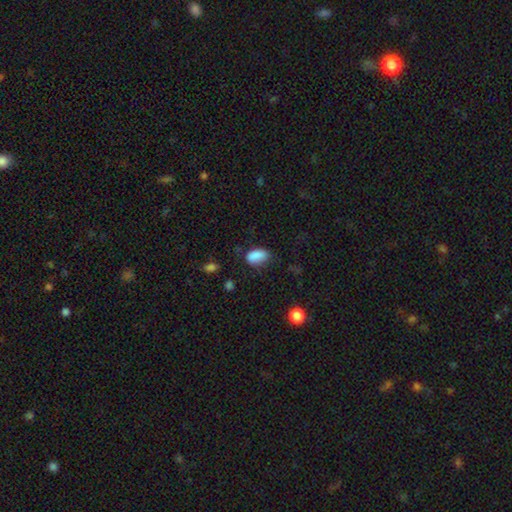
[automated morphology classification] smooth-or-featured: smooth: 86% | star or artifact: 9% | featured or disk: 5%
  how-rounded: in between: 91% | round: 6% | cigar-shaped: 3%
  merging: none: 64% | minor disturbance: 26% | major disturbance: 8% | merger: 2%